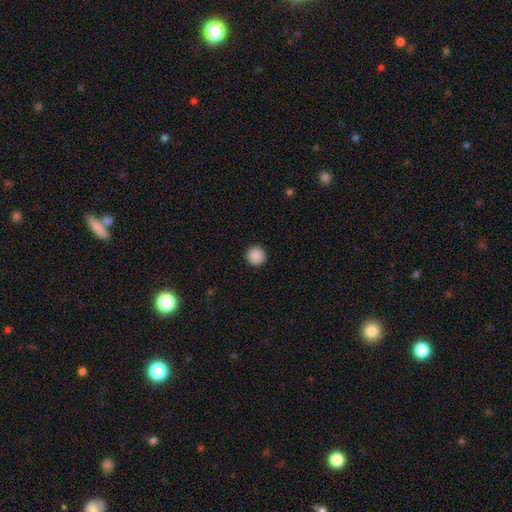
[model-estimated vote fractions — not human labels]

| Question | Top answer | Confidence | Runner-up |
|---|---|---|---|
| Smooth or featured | smooth | 89% | star or artifact (9%) |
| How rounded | round | 94% | in between (5%) |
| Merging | none | 92% | minor disturbance (5%) |